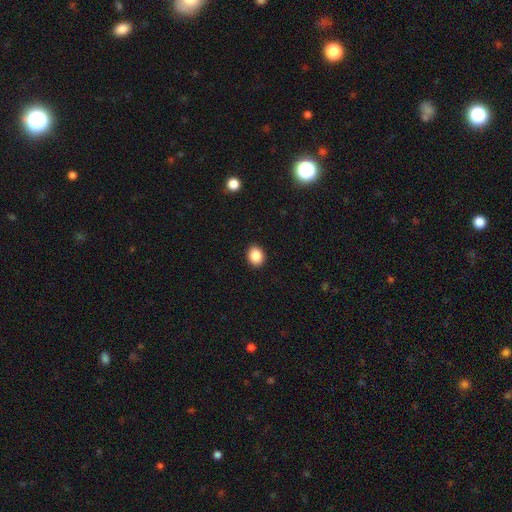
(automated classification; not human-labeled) Smooth or featured?
  - smooth: 87% *
  - star or artifact: 9%
  - featured or disk: 4%
How rounded?
  - round: 58% *
  - in between: 41%
  - cigar-shaped: 1%
Merging?
  - none: 91% *
  - minor disturbance: 6%
  - major disturbance: 2%
  - merger: 1%